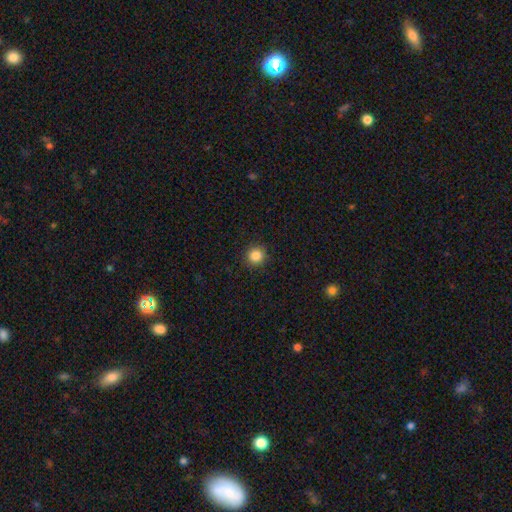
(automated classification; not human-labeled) This appears to be a smooth galaxy with no disk features (86%) that is round (94%). Merging: none (92%).